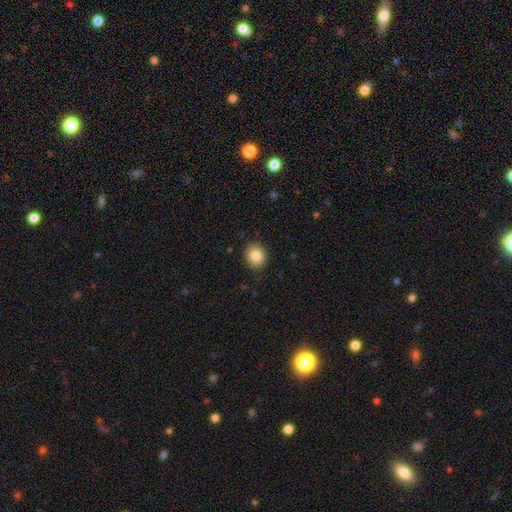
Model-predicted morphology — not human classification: A smooth galaxy with no disk features (84%) that is round (71%). Merging: none (89%).